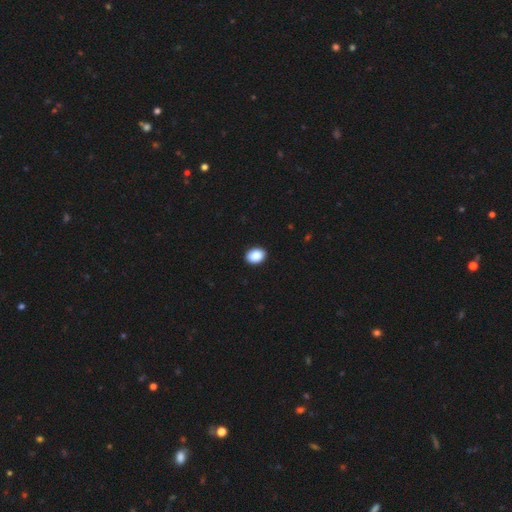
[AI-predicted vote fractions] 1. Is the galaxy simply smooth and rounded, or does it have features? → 90% smooth, 7% star or artifact, 3% featured or disk.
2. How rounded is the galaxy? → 71% in between, 28% round, 1% cigar-shaped.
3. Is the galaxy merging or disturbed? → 91% none, 6% minor disturbance, 1% major disturbance, 1% merger.